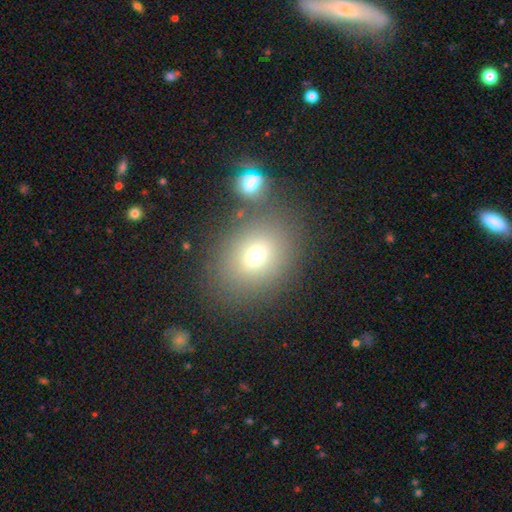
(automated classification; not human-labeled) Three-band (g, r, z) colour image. It shows a smooth galaxy with no disk features (70%) that is in between round and cigar-shaped (52%). Merging: none (71%).